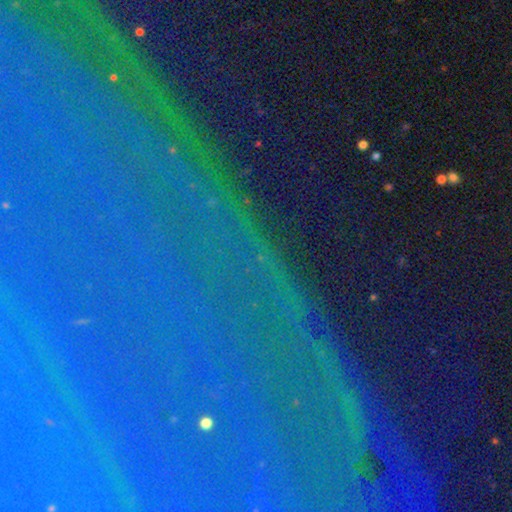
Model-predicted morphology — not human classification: Smooth or featured? star or artifact (84%)